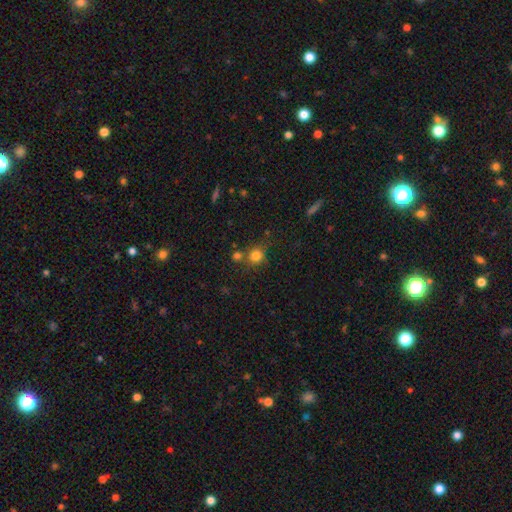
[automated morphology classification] A smooth galaxy with no disk features (80%) that is round (87%). Merging: none (64%).